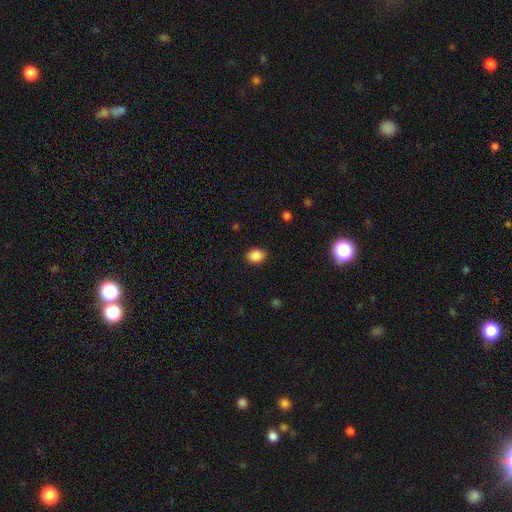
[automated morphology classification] Overall: smooth (87%). How rounded: in between (65%; round 34%). Merging: none (86%).